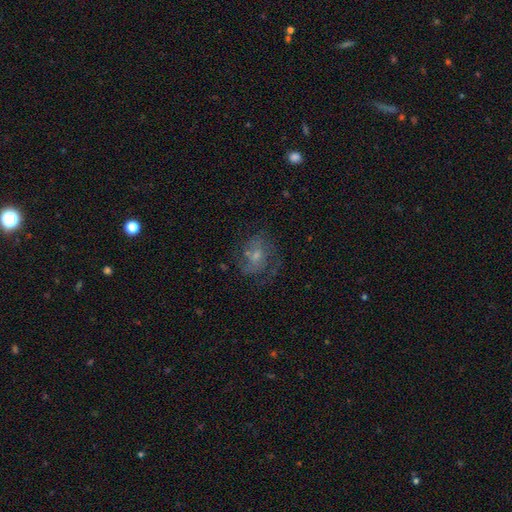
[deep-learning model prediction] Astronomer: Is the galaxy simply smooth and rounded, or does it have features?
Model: featured or disk — 67%.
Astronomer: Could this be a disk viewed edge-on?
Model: no — 98%.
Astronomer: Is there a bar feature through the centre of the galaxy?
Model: no — 63%.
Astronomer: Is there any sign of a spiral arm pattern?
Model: yes — 83%.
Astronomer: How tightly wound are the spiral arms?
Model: medium — 47% (runner-up: tight, 30%).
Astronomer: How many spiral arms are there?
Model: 2 — 41% (runner-up: can't tell, 29%).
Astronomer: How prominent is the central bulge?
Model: small — 53% (runner-up: moderate, 36%).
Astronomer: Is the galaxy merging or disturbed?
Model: none — 57%.